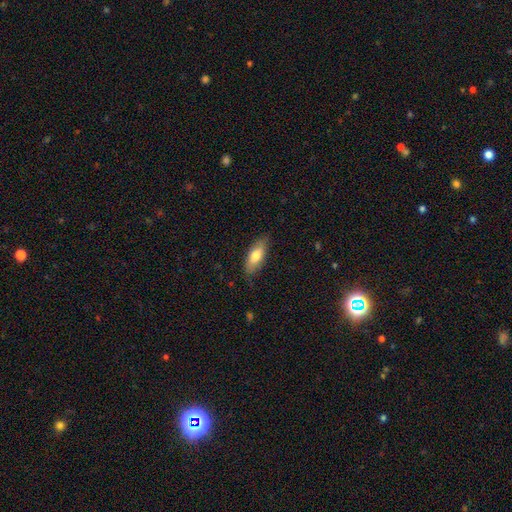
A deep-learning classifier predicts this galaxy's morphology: This appears to be a smooth galaxy with no disk features (72%) that is in between round and cigar-shaped (71%). Merging: none (80%).